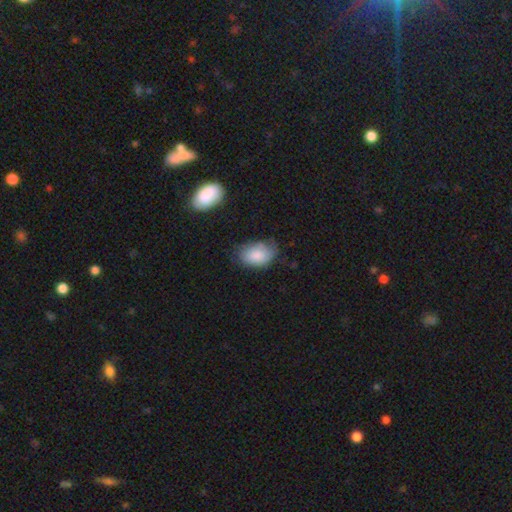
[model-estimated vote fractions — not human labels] Smooth or featured?
  - smooth: 81% *
  - featured or disk: 12%
  - star or artifact: 7%
How rounded?
  - in between: 89% *
  - round: 10%
  - cigar-shaped: 1%
Merging?
  - none: 60% *
  - minor disturbance: 31%
  - major disturbance: 7%
  - merger: 2%